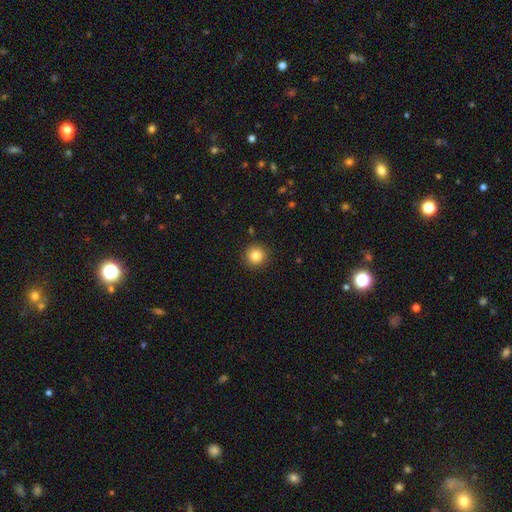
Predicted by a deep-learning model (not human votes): Overall: smooth (84%). How rounded: round (95%). Merging: none (91%).